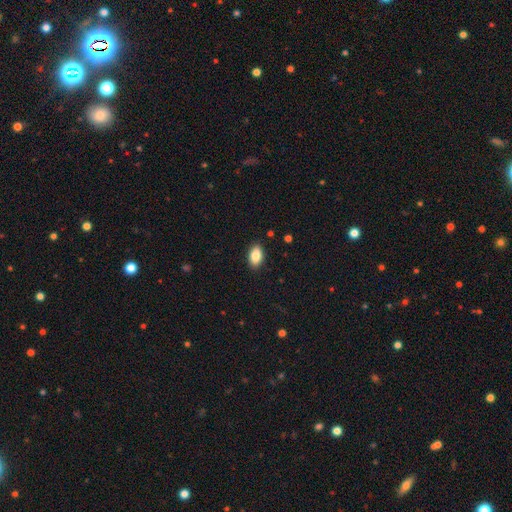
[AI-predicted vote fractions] smooth_or_featured: smooth (p=0.86) [alt: star or artifact p=0.07]
how_rounded: in between (p=0.92) [alt: round p=0.06]
merging: none (p=0.89) [alt: minor disturbance p=0.08]